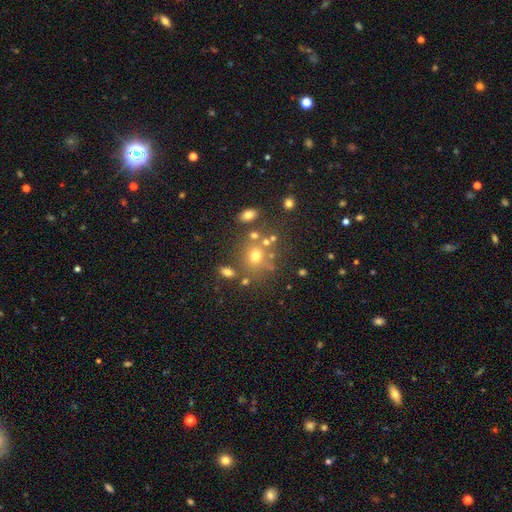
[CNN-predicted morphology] smooth-or-featured: smooth: 63% | star or artifact: 21% | featured or disk: 16%
  how-rounded: round: 75% | in between: 24% | cigar-shaped: 1%
  merging: none: 63% | merger: 17% | minor disturbance: 13% | major disturbance: 7%